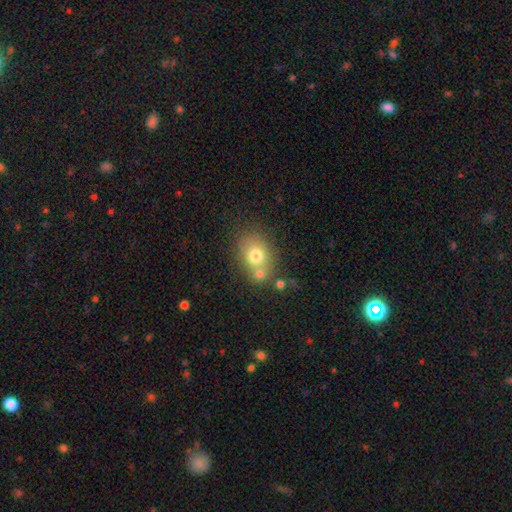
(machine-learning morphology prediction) smooth-or-featured: smooth: 73% | featured or disk: 16% | star or artifact: 11%
  how-rounded: round: 52% | in between: 47% | cigar-shaped: 1%
  merging: none: 53% | merger: 30% | minor disturbance: 13% | major disturbance: 4%